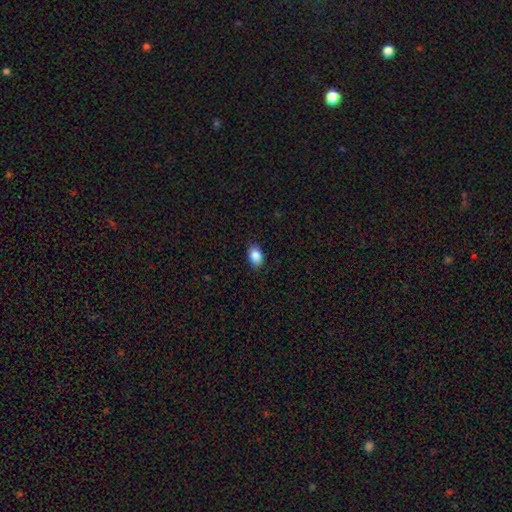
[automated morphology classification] smooth_or_featured: smooth (p=0.88) [alt: star or artifact p=0.08]
how_rounded: in between (p=0.83) [alt: round p=0.15]
merging: none (p=0.87) [alt: minor disturbance p=0.10]